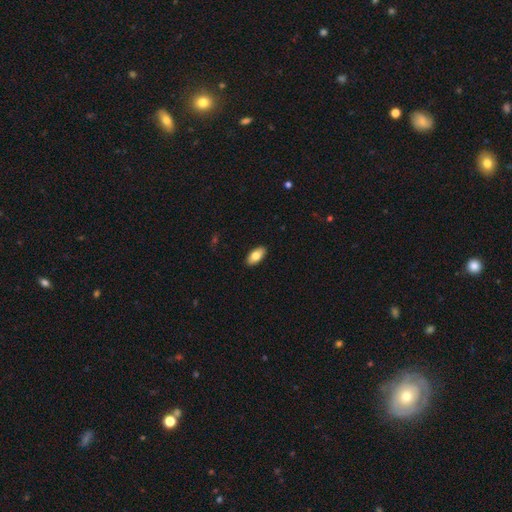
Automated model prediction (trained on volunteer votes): Morphology: type=smooth (80%); roundness=in between (92%); merging=none (90%).